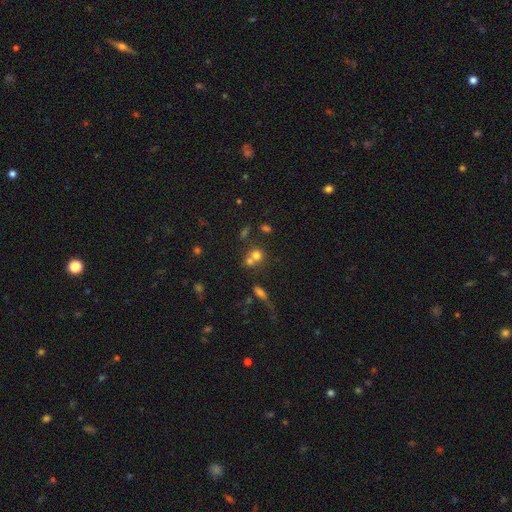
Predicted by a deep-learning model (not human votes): Morphology: type=smooth (67%); roundness=round (78%); merging=merger (49%).